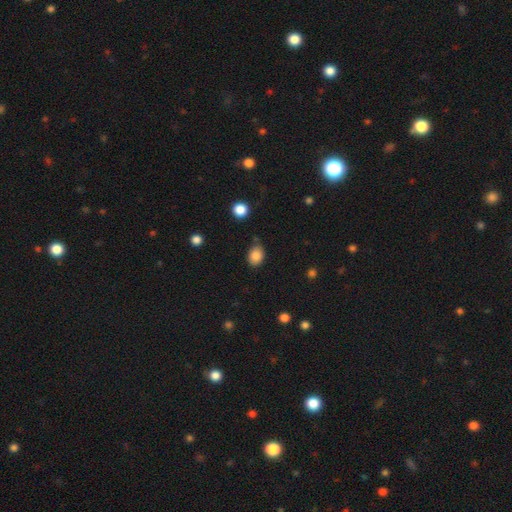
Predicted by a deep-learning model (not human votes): Q: Smooth or featured?
A: smooth (85%); runner-up: star or artifact (9%)
Q: How rounded?
A: in between (63%); runner-up: round (36%)
Q: Merging?
A: none (74%); runner-up: minor disturbance (19%)